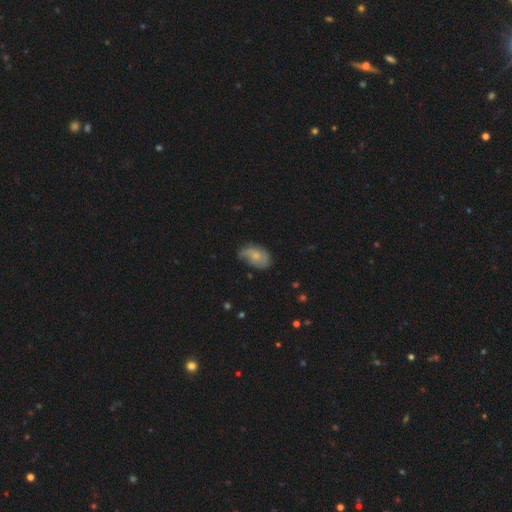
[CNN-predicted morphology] A smooth galaxy with no disk features (56%) that is in between round and cigar-shaped (87%).

Vote fractions:
- Smooth or featured? smooth: 56% / featured or disk: 36% / star or artifact: 8%
- How rounded? in between: 87% / round: 11% / cigar-shaped: 2%
- Merging? none: 42% / minor disturbance: 39% / major disturbance: 17% / merger: 2%